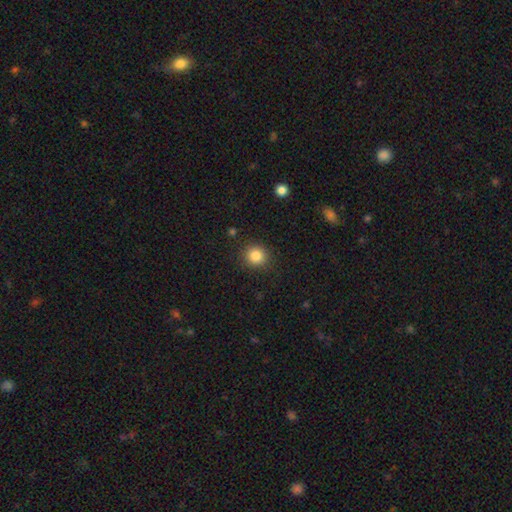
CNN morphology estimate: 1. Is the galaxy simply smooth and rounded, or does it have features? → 85% smooth, 11% star or artifact, 5% featured or disk.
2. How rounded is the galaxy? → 89% round, 10% in between, 1% cigar-shaped.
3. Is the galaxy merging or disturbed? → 89% none, 7% minor disturbance, 3% major disturbance, 1% merger.